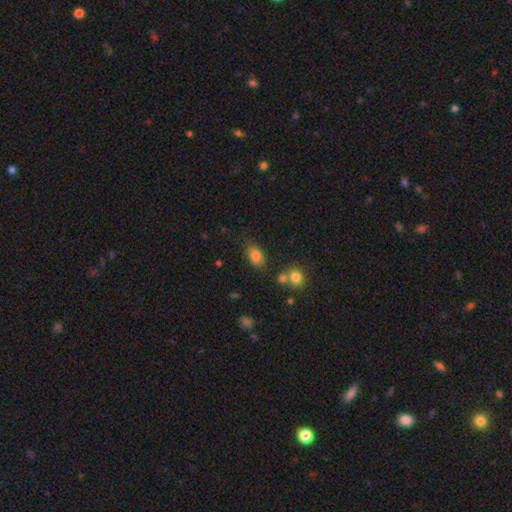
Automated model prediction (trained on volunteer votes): Smooth or featured? smooth (82%)
How rounded? in between (83%)
Merging? none (72%)